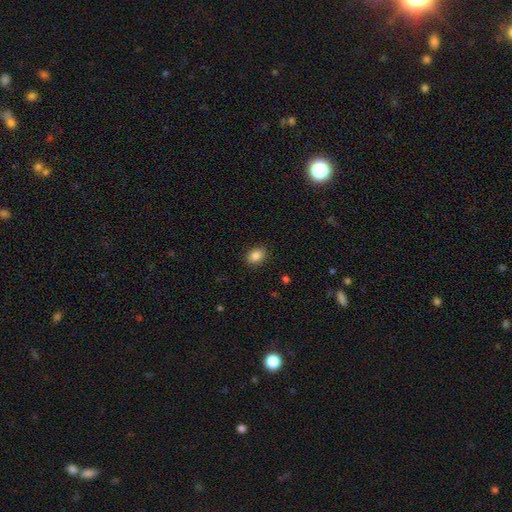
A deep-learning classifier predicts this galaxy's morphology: Q: Smooth or featured?
A: smooth (85%); runner-up: star or artifact (9%)
Q: How rounded?
A: in between (61%); runner-up: round (38%)
Q: Merging?
A: none (89%); runner-up: minor disturbance (7%)